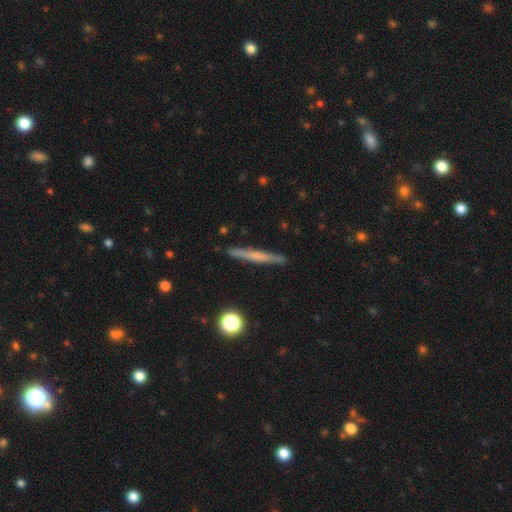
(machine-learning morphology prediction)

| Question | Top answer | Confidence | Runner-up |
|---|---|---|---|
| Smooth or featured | smooth | 48% | featured or disk (45%) |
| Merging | none | 91% | minor disturbance (7%) |